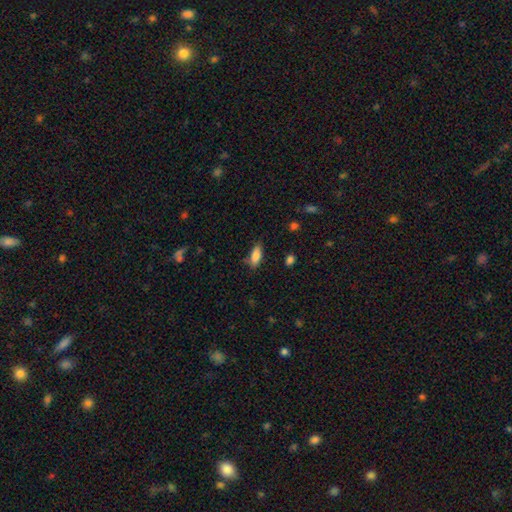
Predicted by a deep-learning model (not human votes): smooth_or_featured: smooth (p=0.84) [alt: featured or disk p=0.09]
how_rounded: in between (p=0.76) [alt: cigar-shaped p=0.22]
merging: none (p=0.70) [alt: minor disturbance p=0.23]